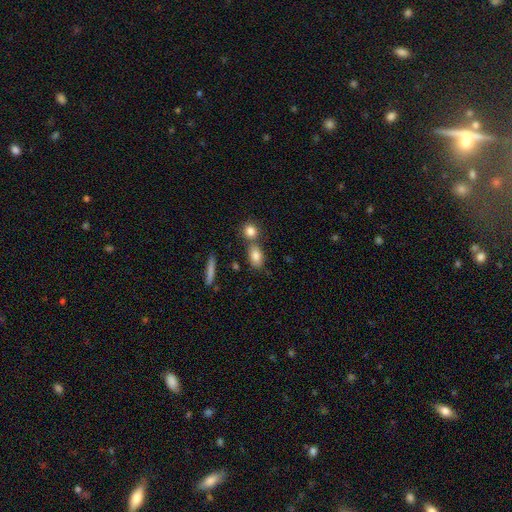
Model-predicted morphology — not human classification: Smooth or featured: smooth — 82% (featured or disk — 9%)
How rounded: in between — 74% (round — 19%)
Merging: none — 58% (merger — 28%)